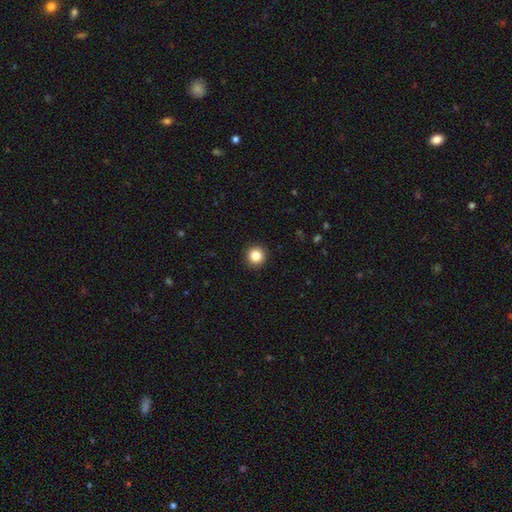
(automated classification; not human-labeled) Overall: smooth (84%). How rounded: round (95%). Merging: none (93%).